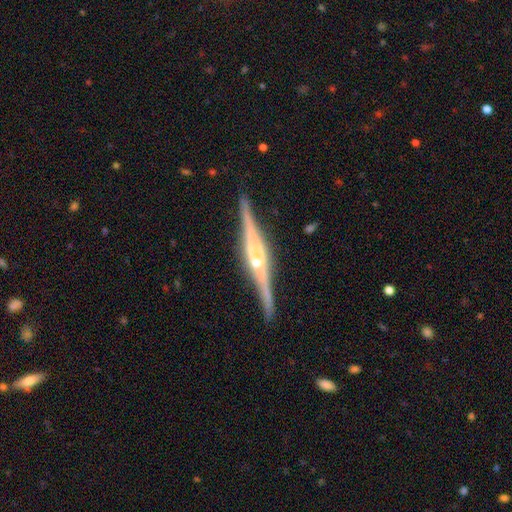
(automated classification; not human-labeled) featured or disk 87%, smooth 8%, star or artifact 5%. Down the decision tree: edge-on disk — yes (98%); edge-on bulge — rounded (62%); merging — none (88%).